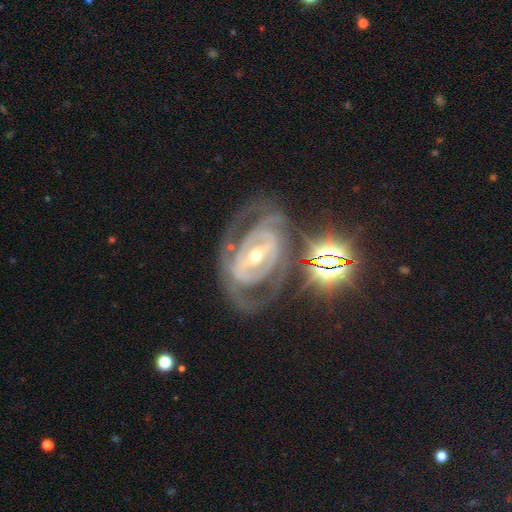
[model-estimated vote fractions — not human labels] Smooth or featured? Predicted: featured or disk (p=0.84). Edge-on disk? Predicted: no (p=0.94). Bar? Predicted: strong (p=0.53). Spiral arms? Predicted: yes (p=0.81). Spiral winding? Predicted: tight (p=0.54). Spiral arm count? Predicted: 2 (p=0.55). Bulge size? Predicted: small (p=0.48). Merging? Predicted: none (p=0.66).